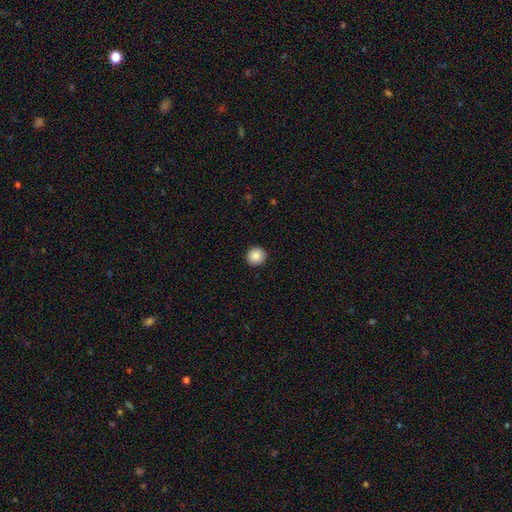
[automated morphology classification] smooth_or_featured: smooth (p=0.87) [alt: star or artifact p=0.08]
how_rounded: round (p=0.94) [alt: in between p=0.05]
merging: none (p=0.93) [alt: minor disturbance p=0.04]